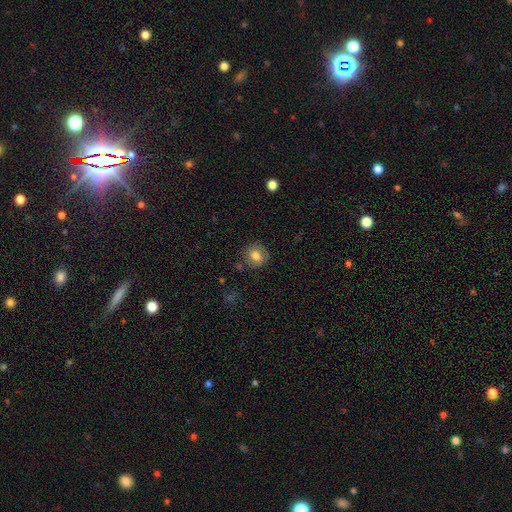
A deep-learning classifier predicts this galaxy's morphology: The model was most divided on "how rounded": round: 81%, in between: 18%, cigar-shaped: 1%. More confident: merging — none (81%); smooth or featured — smooth (78%).